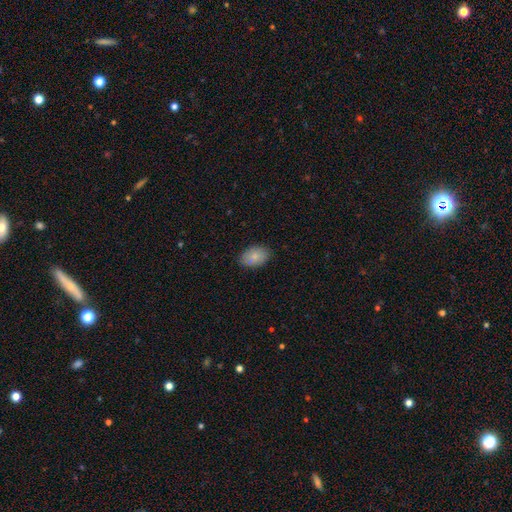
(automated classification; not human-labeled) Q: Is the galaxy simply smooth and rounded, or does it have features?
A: smooth — 82%.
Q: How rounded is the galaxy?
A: in between — 88%.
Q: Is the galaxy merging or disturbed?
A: none — 83%.